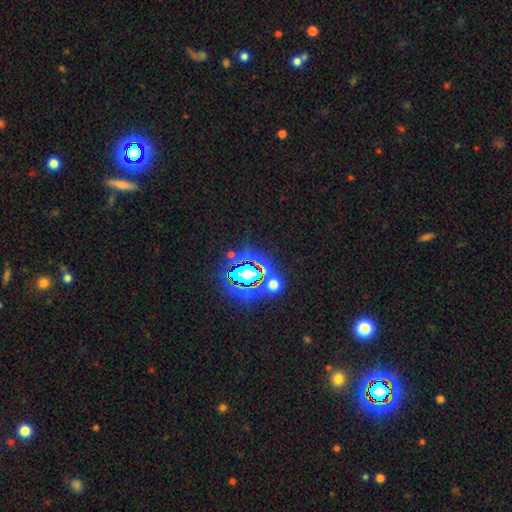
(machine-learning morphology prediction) A star or artifact, not a galaxy (82%).